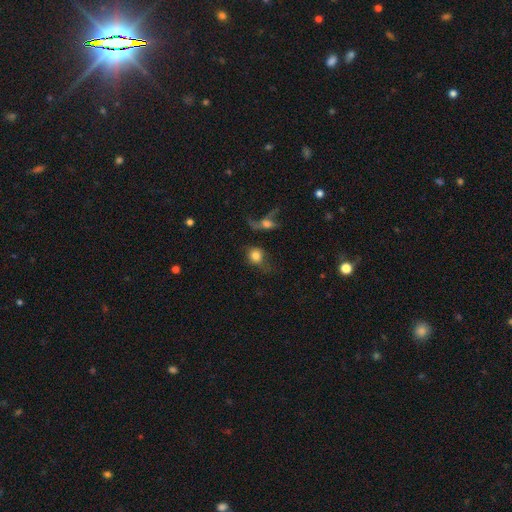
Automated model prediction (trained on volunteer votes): Morphology: type=smooth (73%); roundness=round (69%); merging=none (37%).